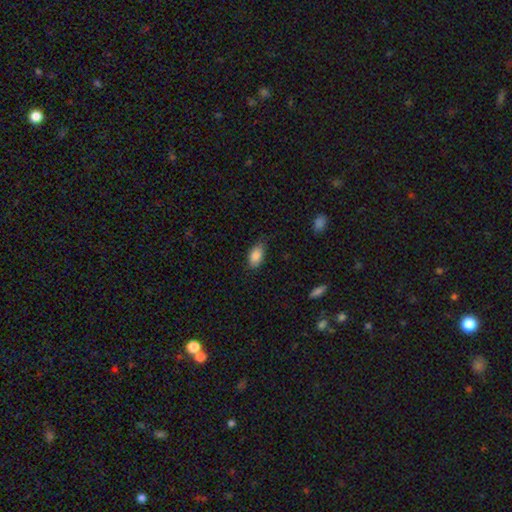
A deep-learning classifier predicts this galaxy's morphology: The model was most divided on "merging": none: 69%, minor disturbance: 25%, major disturbance: 5%, merger: 1%. More confident: how rounded — in between (91%); smooth or featured — smooth (87%).